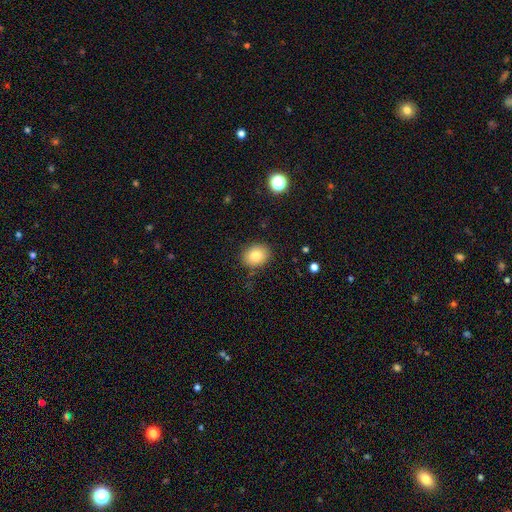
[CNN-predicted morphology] Smooth or featured? Predicted: smooth (p=0.81). How rounded? Predicted: round (p=0.55). Merging? Predicted: none (p=0.85).